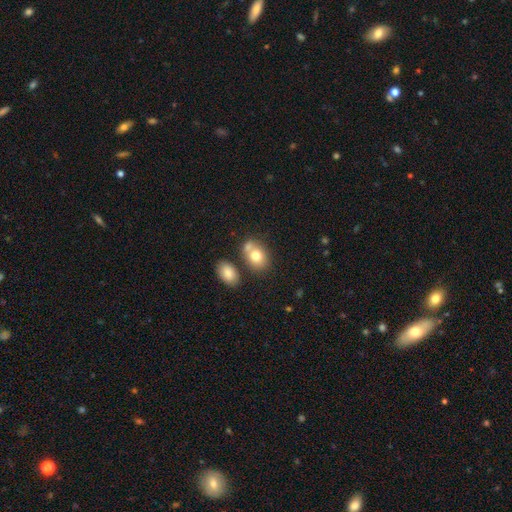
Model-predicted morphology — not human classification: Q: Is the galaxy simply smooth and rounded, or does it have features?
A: smooth — 77%.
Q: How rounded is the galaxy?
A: in between — 66%.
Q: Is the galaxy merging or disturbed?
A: none — 48%.